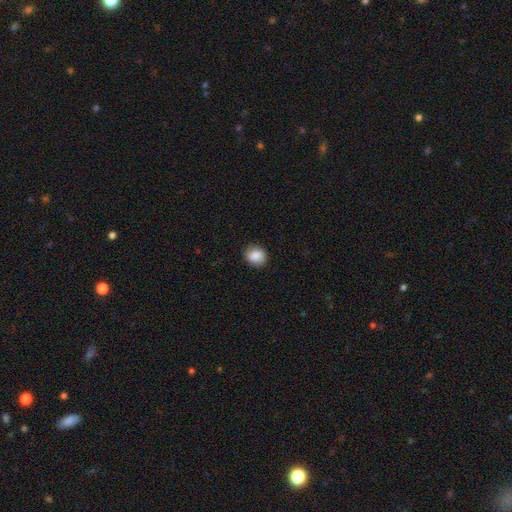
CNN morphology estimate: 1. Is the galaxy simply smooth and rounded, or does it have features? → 87% smooth, 8% star or artifact, 5% featured or disk.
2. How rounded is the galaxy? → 76% round, 23% in between, 1% cigar-shaped.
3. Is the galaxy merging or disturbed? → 84% none, 12% minor disturbance, 3% major disturbance, 1% merger.